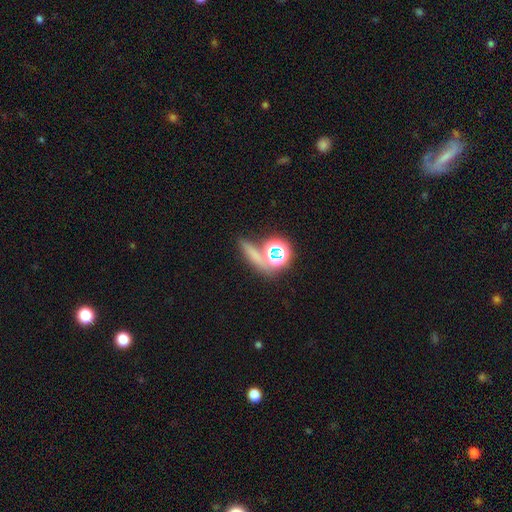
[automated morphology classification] This is possibly a smooth galaxy (49%). Merging: likely none (70%).